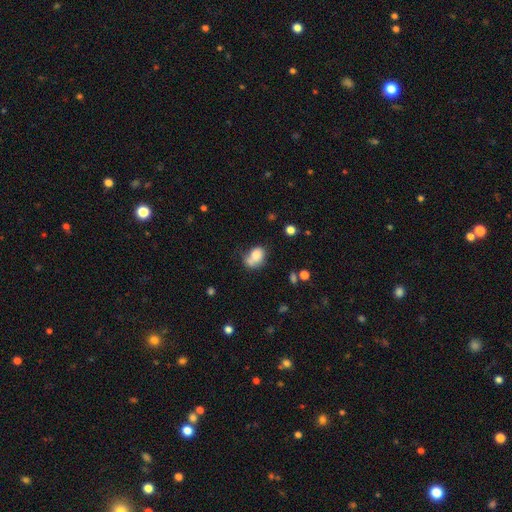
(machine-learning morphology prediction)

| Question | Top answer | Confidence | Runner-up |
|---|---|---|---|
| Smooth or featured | smooth | 77% | featured or disk (13%) |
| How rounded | in between | 64% | round (35%) |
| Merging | none | 35% | merger (30%) |